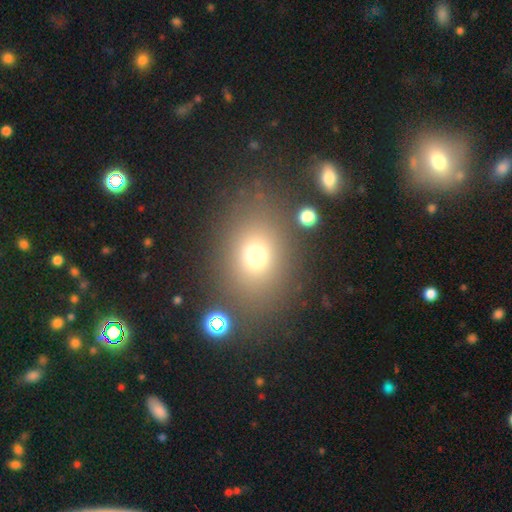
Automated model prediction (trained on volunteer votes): The model was most divided on "how rounded": round: 52%, in between: 47%, cigar-shaped: 1%. More confident: merging — none (78%); smooth or featured — smooth (72%).